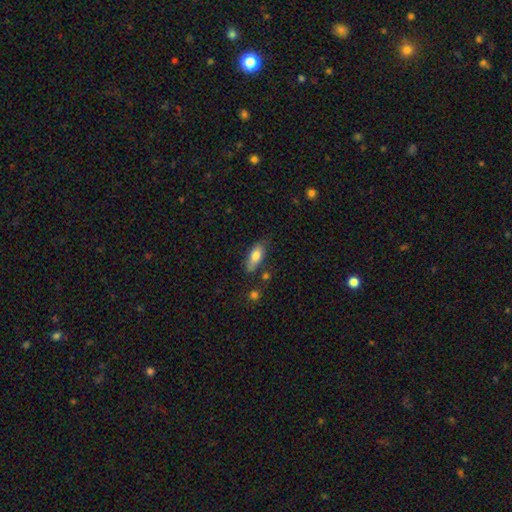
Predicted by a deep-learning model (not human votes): This is likely a smooth galaxy (78%). How rounded: clearly in between (83%). Merging: likely none (68%).